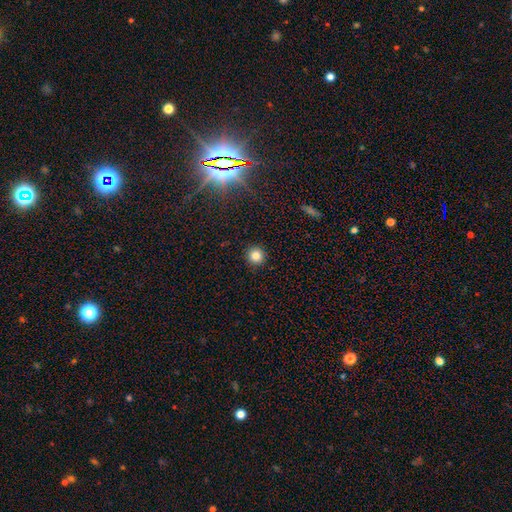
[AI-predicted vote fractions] A smooth galaxy with no disk features (82%) that is round (95%).

Vote fractions:
- Smooth or featured? smooth: 82% / star or artifact: 13% / featured or disk: 5%
- How rounded? round: 95% / in between: 4% / cigar-shaped: 1%
- Merging? none: 92% / minor disturbance: 5% / major disturbance: 2% / merger: 1%